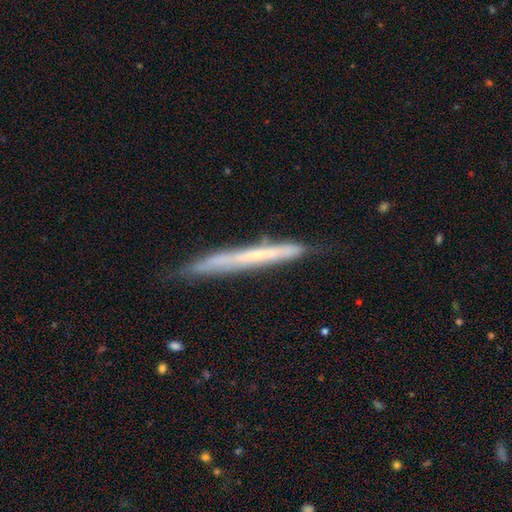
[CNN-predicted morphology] A featured or disk galaxy (57%) viewed edge-on (91%) with no central bulge (80%).

Vote fractions:
- Smooth or featured? featured or disk: 57% / smooth: 36% / star or artifact: 7%
- Edge-on disk? yes: 91% / no: 9%
- Edge-on bulge? none: 80% / rounded: 15% / boxy: 4%
- Merging? none: 77% / minor disturbance: 18% / major disturbance: 3% / merger: 2%